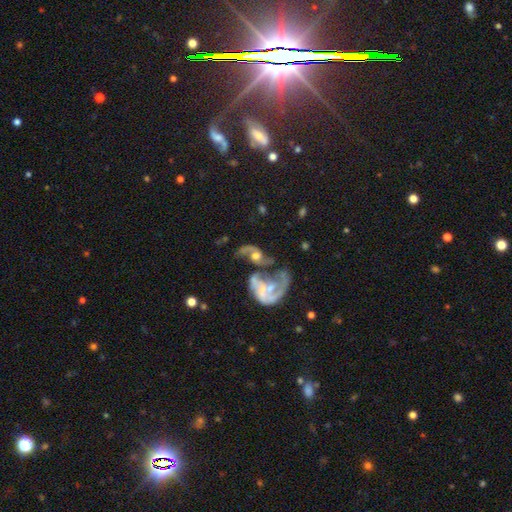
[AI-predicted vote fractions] Smooth or featured? featured or disk (78%)
Edge-on disk? no (97%)
Bar? no (66%)
Spiral arms? yes (82%)
Spiral winding? loose (66%)
Spiral arm count? 2 (75%)
Bulge size? moderate (53%)
Merging? merger (53%)